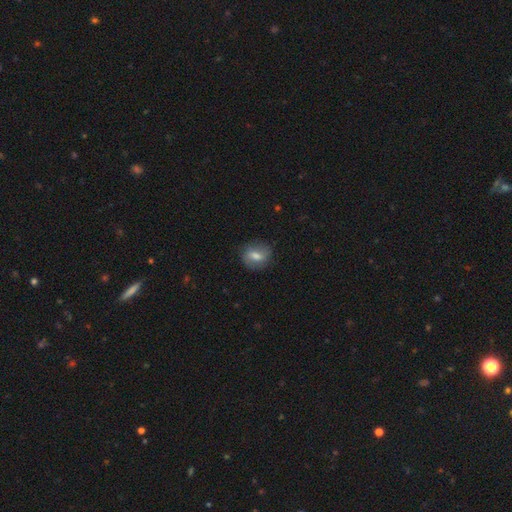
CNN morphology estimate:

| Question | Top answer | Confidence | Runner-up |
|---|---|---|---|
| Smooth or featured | smooth | 64% | featured or disk (28%) |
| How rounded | round | 50% | in between (47%) |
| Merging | none | 79% | minor disturbance (14%) |